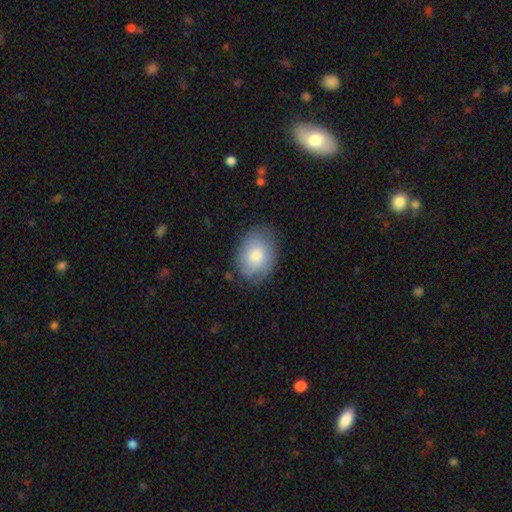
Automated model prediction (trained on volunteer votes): smooth-or-featured: smooth: 73% | featured or disk: 20% | star or artifact: 7%
  how-rounded: in between: 71% | round: 28% | cigar-shaped: 1%
  merging: none: 74% | minor disturbance: 20% | major disturbance: 5% | merger: 1%